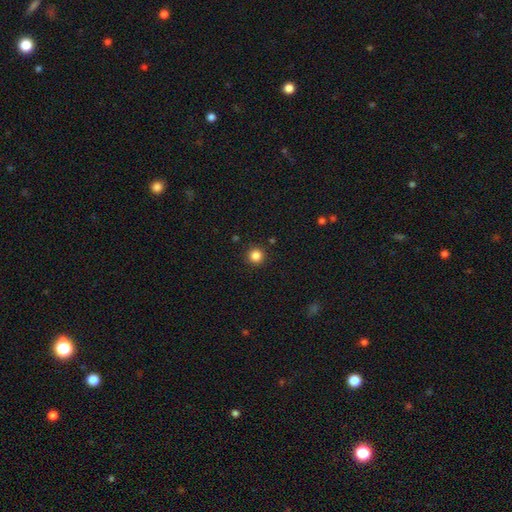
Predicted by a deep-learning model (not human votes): A smooth galaxy with no disk features (85%) that is round (95%). Merging: none (92%).